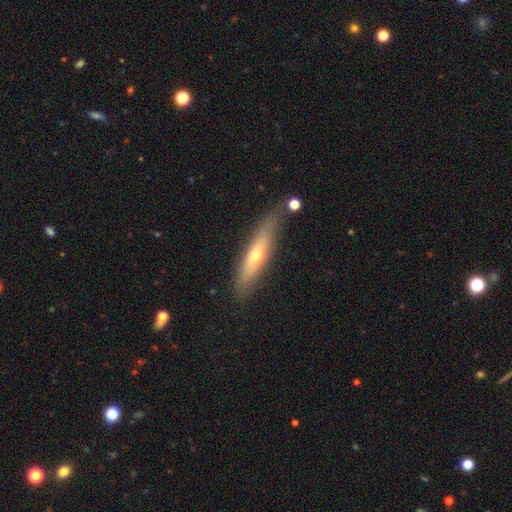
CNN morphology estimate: A smooth galaxy with no disk features (48%).

Vote fractions:
- Smooth or featured? smooth: 48% / featured or disk: 45% / star or artifact: 7%
- Merging? none: 74% / minor disturbance: 17% / major disturbance: 5% / merger: 4%